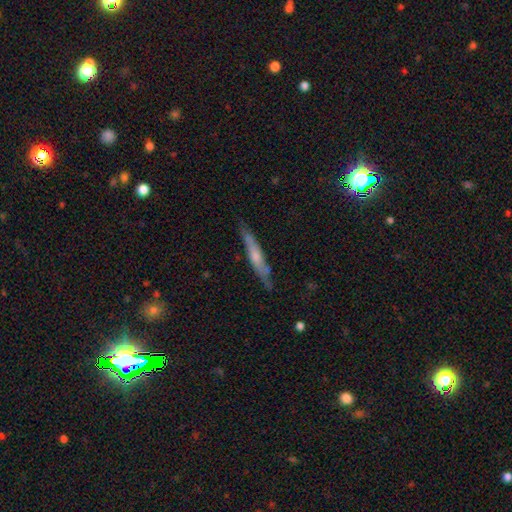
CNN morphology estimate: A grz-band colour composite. It shows a featured or disk galaxy (51%) viewed edge-on (86%). Merging: none (79%).